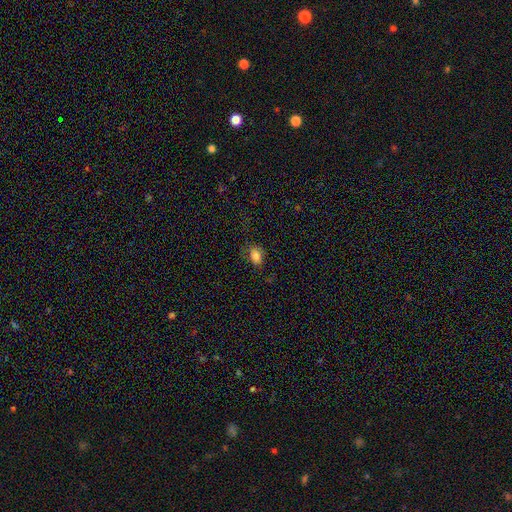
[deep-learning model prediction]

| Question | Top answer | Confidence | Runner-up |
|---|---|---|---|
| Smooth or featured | smooth | 81% | star or artifact (12%) |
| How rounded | in between | 78% | round (20%) |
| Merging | none | 70% | minor disturbance (21%) |